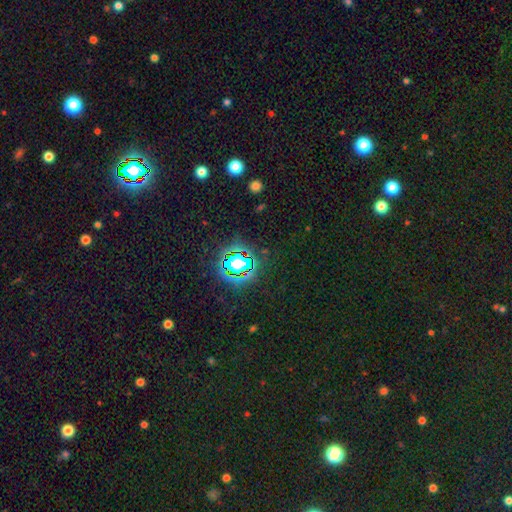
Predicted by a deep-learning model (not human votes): A star or artifact, not a galaxy (82%).